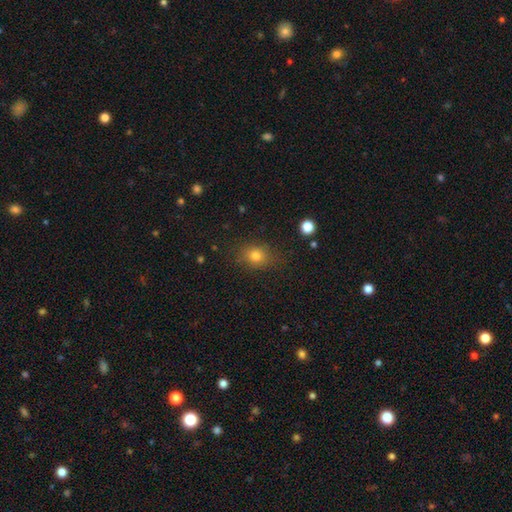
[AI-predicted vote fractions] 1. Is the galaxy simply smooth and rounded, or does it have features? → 77% smooth, 14% star or artifact, 9% featured or disk.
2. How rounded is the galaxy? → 56% round, 43% in between, 1% cigar-shaped.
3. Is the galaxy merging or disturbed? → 79% none, 14% minor disturbance, 5% major disturbance, 2% merger.